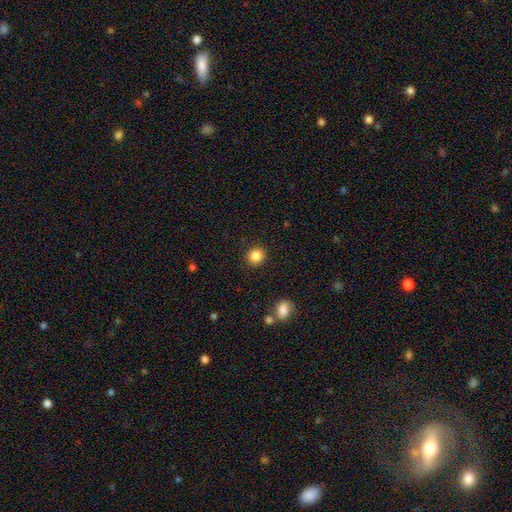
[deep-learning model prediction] This appears to be a smooth galaxy with no disk features (86%) that is round (89%). Merging: none (90%).